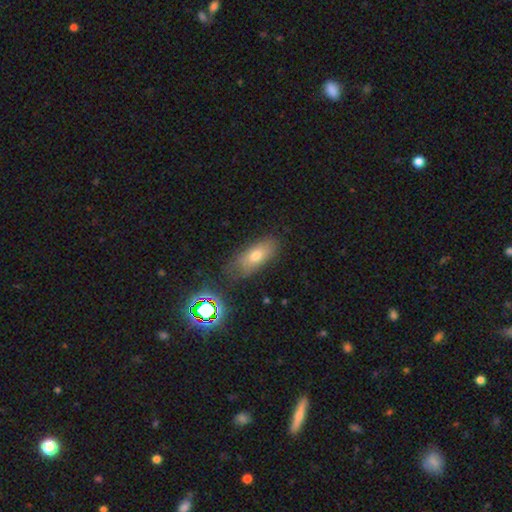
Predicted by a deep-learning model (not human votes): A smooth galaxy with no disk features (66%) that is in between round and cigar-shaped (79%). Merging: none (72%).